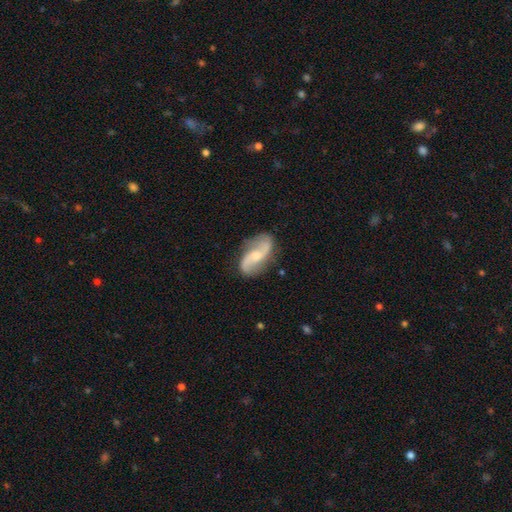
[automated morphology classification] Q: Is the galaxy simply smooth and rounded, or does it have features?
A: featured or disk — 84%.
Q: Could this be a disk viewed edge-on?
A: no — 97%.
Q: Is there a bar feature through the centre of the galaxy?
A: no — 46%.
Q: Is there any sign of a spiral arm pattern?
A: yes — 96%.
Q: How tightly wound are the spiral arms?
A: loose — 61%.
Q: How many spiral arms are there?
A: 2 — 93%.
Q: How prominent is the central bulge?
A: moderate — 44%.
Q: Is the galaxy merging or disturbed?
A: none — 79%.